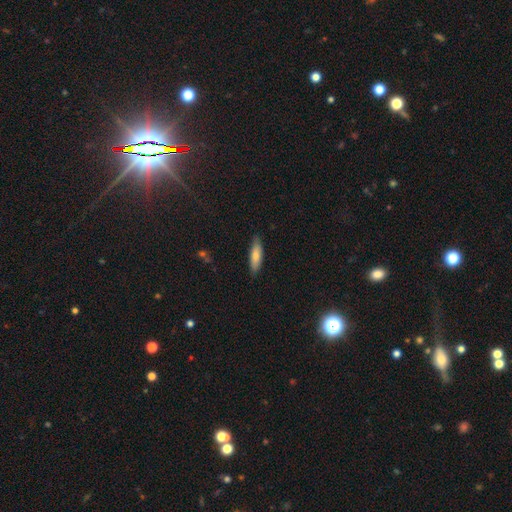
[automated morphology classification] Smooth or featured: smooth — 75% (featured or disk — 19%)
How rounded: cigar-shaped — 54% (in between — 44%)
Merging: none — 84% (minor disturbance — 13%)